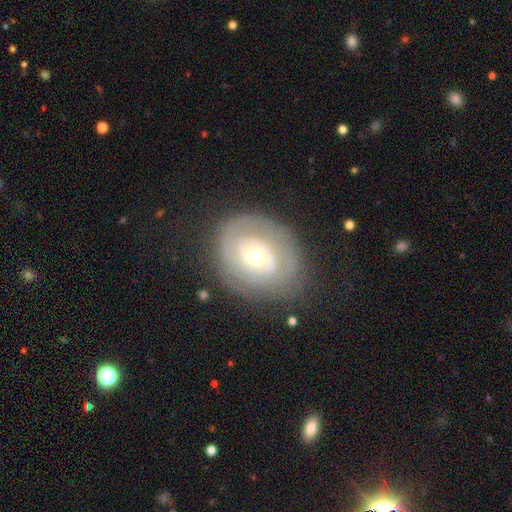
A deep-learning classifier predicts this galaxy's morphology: smooth-or-featured: featured or disk: 72% | smooth: 22% | star or artifact: 7%
  disk-edge-on: no: 96% | yes: 4%
    bar: no: 75% | weak: 19% | strong: 5%
    has-spiral-arms: yes: 70% | no: 30%
    bulge-size: moderate: 59% | small: 34% | large: 5% | dominant: 1% | none: 1%
  merging: none: 72% | minor disturbance: 17% | major disturbance: 9% | merger: 2%